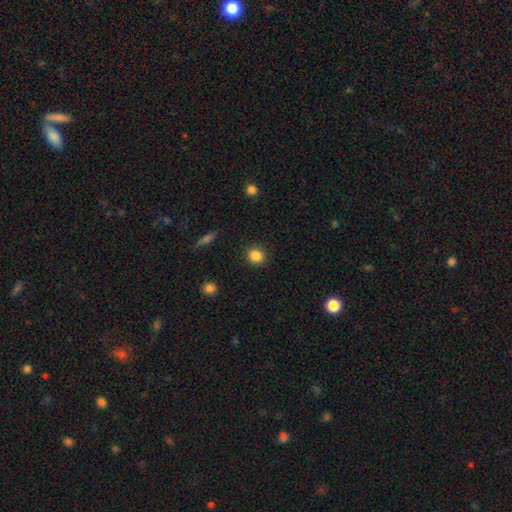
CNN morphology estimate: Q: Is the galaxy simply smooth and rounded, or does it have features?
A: smooth — 86%.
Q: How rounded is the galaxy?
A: round — 81%.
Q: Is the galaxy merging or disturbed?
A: none — 89%.